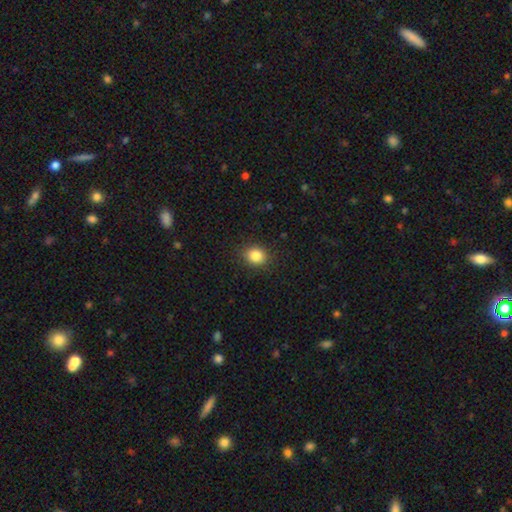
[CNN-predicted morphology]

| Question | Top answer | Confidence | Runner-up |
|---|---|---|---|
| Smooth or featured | smooth | 85% | star or artifact (10%) |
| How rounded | round | 67% | in between (32%) |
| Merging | none | 89% | minor disturbance (8%) |